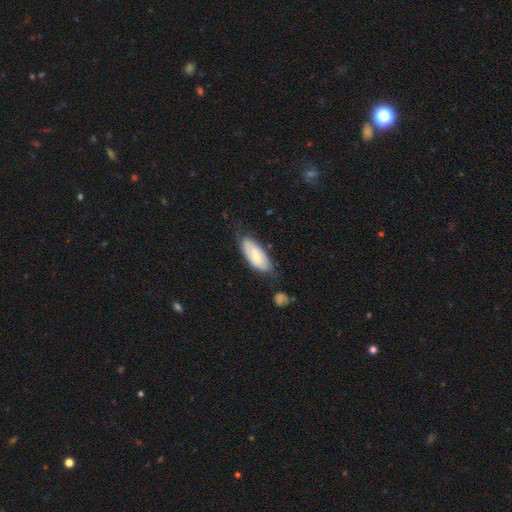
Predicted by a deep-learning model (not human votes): Smooth or featured? smooth (55%)
How rounded? in between (81%)
Merging? none (62%)